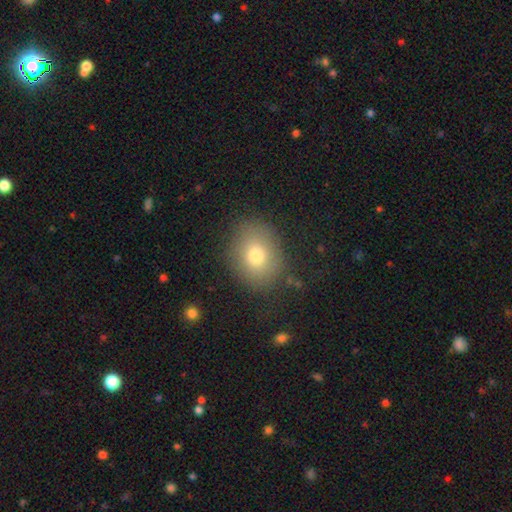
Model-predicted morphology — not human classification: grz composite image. It shows a smooth galaxy with no disk features (75%) that is in between round and cigar-shaped (51%). Merging: none (81%).